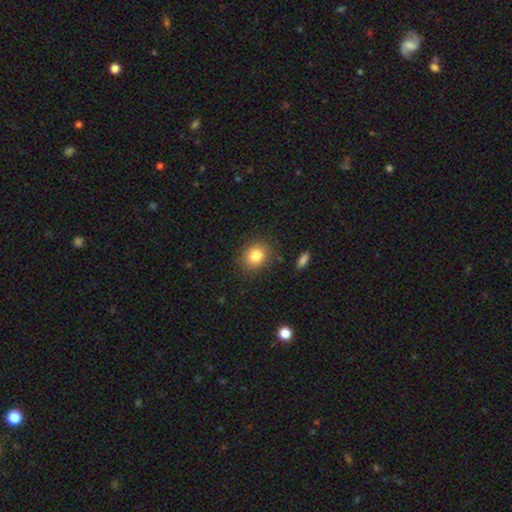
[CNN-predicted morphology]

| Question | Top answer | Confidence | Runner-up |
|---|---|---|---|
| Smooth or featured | smooth | 84% | star or artifact (9%) |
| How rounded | round | 67% | in between (32%) |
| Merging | none | 84% | minor disturbance (11%) |